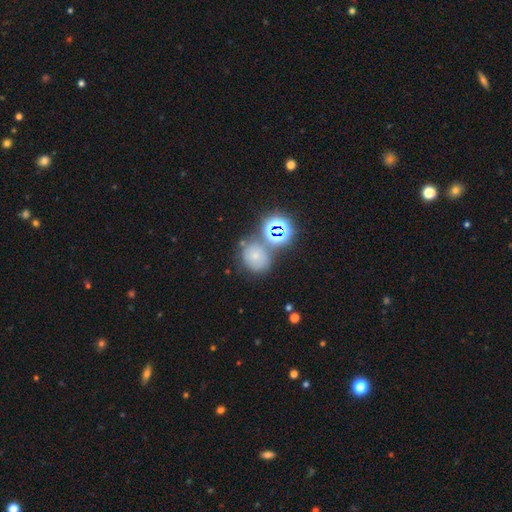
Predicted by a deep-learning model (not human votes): Smooth or featured: smooth — 50% (star or artifact — 30%)
How rounded: round — 69% (in between — 30%)
Merging: none — 57% (merger — 19%)